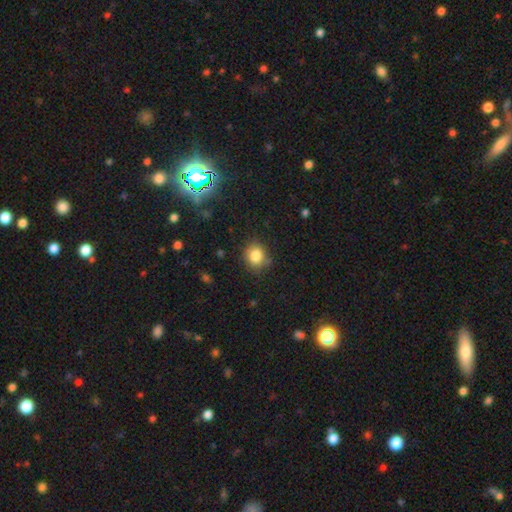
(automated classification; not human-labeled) smooth_or_featured: smooth (p=0.82) [alt: star or artifact p=0.11]
how_rounded: round (p=0.76) [alt: in between p=0.23]
merging: none (p=0.80) [alt: minor disturbance p=0.14]